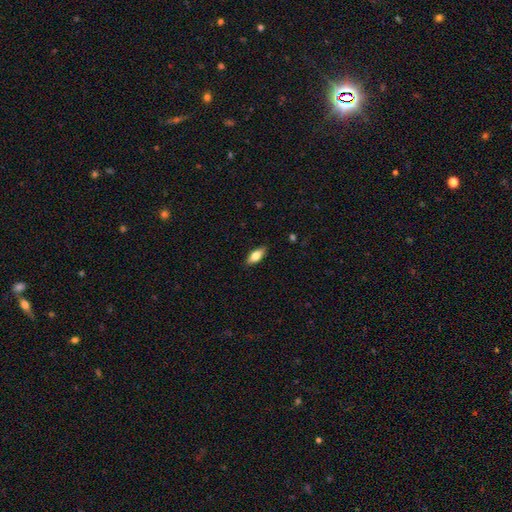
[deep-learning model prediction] Overall: smooth (75%). How rounded: in between (81%). Merging: none (88%).